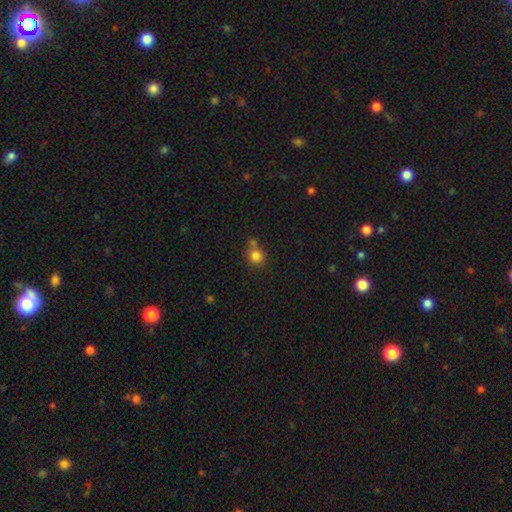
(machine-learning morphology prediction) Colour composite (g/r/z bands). It shows a smooth galaxy with no disk features (81%) that is round (82%). Merging: none (59%).